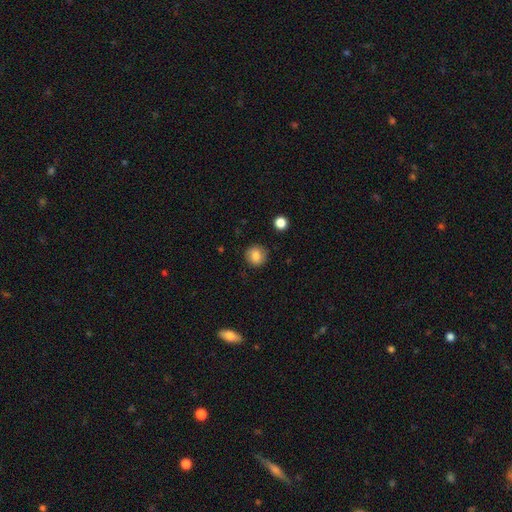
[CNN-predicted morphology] smooth 81%, featured or disk 9%, star or artifact 9%. Down the decision tree: how rounded — round (90%); merging — none (87%).